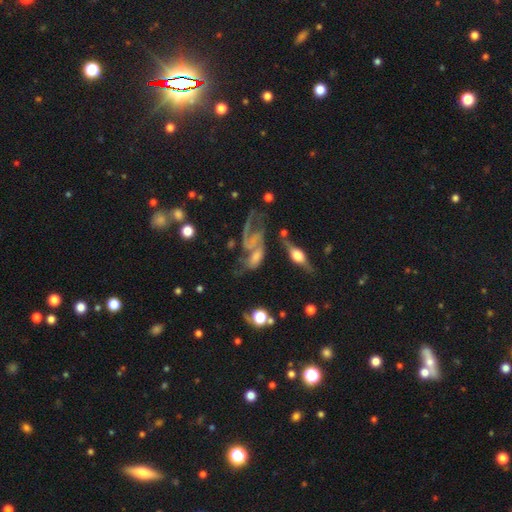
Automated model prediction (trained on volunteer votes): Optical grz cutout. It shows a featured or disk galaxy (68%) with no bar (60%), spiral arms (75%) and no central bulge (45%). Merging: none (33%).